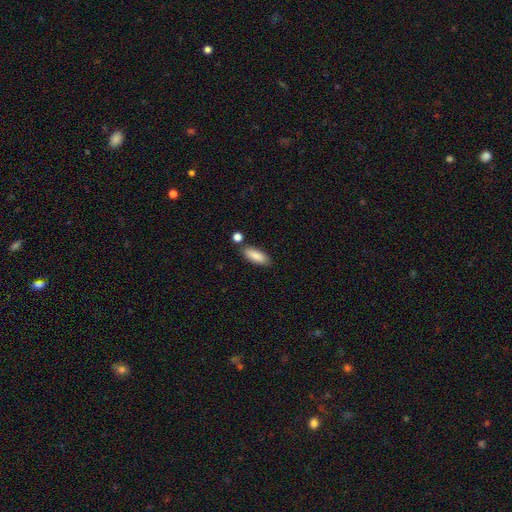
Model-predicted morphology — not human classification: smooth 87%, featured or disk 7%, star or artifact 6%. Down the decision tree: how rounded — in between (71%); merging — none (77%).